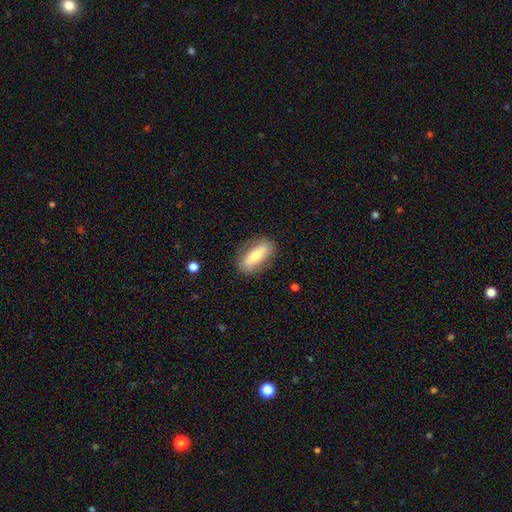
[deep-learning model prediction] smooth 58%, featured or disk 35%, star or artifact 7%. Down the decision tree: how rounded — in between (74%); merging — none (83%).